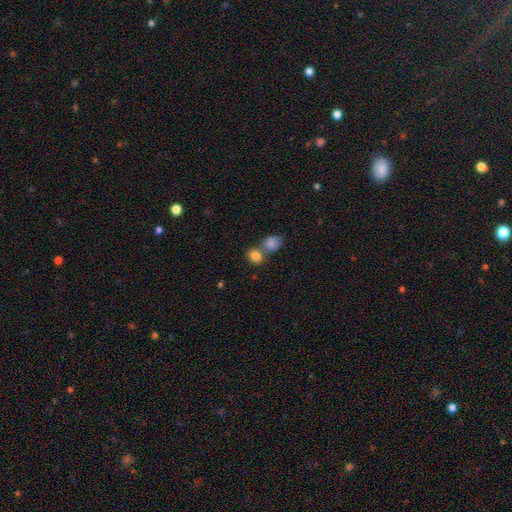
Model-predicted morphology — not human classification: Smooth or featured? smooth (84%)
How rounded? round (59%)
Merging? merger (47%)